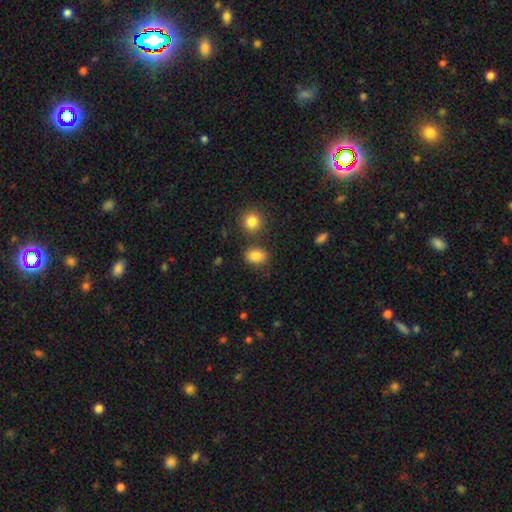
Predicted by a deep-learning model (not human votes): Morphology: type=smooth (85%); roundness=in between (68%); merging=none (77%).